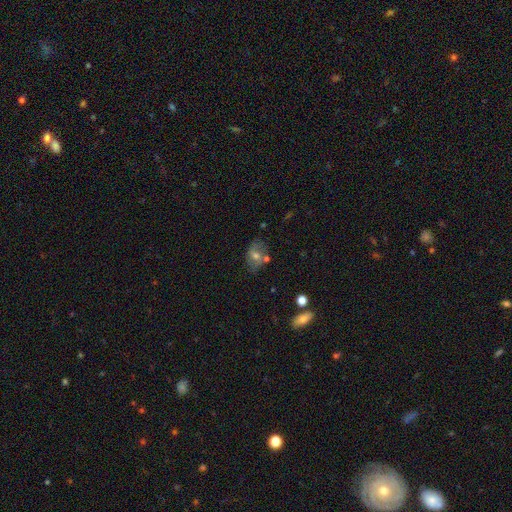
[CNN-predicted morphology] Smooth or featured? Predicted: smooth (p=0.48). Merging? Predicted: none (p=0.61).